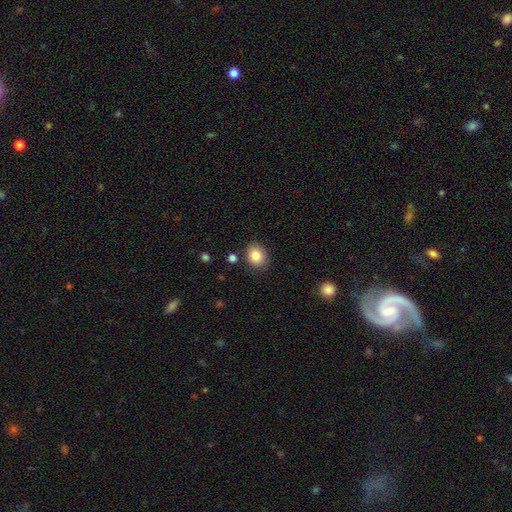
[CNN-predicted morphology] Q: Smooth or featured?
A: smooth (85%); runner-up: star or artifact (9%)
Q: How rounded?
A: round (56%); runner-up: in between (43%)
Q: Merging?
A: none (83%); runner-up: minor disturbance (11%)